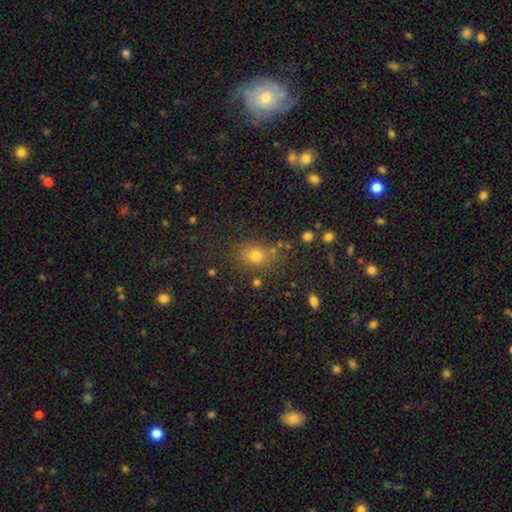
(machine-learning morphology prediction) This appears to be a smooth galaxy with no disk features (72%) that is round (53%). Merging: none (77%).